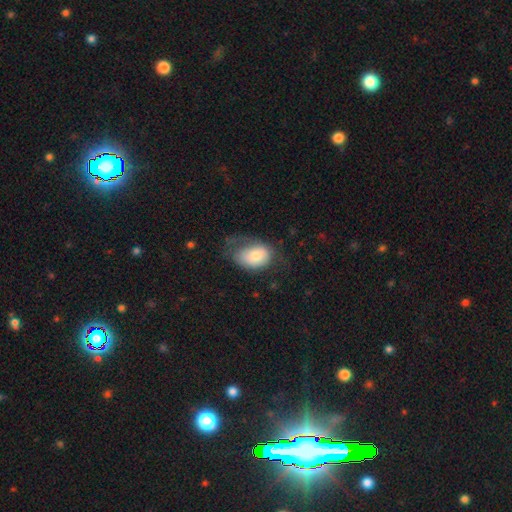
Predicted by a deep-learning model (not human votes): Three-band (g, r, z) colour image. It shows a smooth galaxy with no disk features (69%) that is in between round and cigar-shaped (80%). Merging: none (39%).